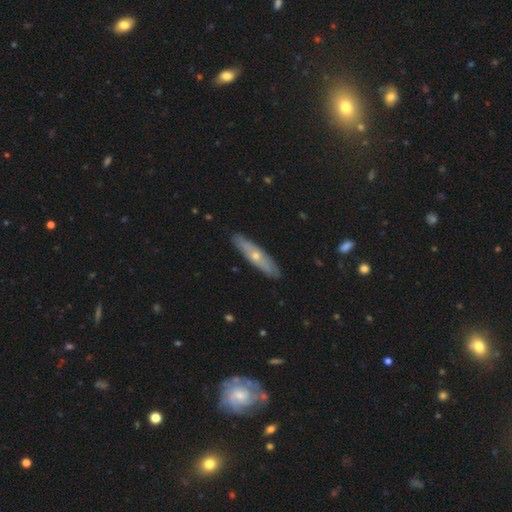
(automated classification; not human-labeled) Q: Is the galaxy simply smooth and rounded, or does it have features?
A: featured or disk — 53%.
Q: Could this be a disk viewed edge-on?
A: yes — 62%.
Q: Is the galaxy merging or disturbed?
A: none — 87%.